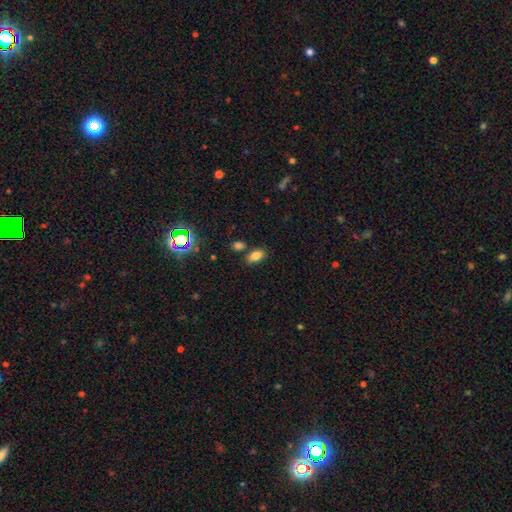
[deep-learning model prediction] A smooth galaxy with no disk features (79%) that is in between round and cigar-shaped (88%). Merging: none (74%).